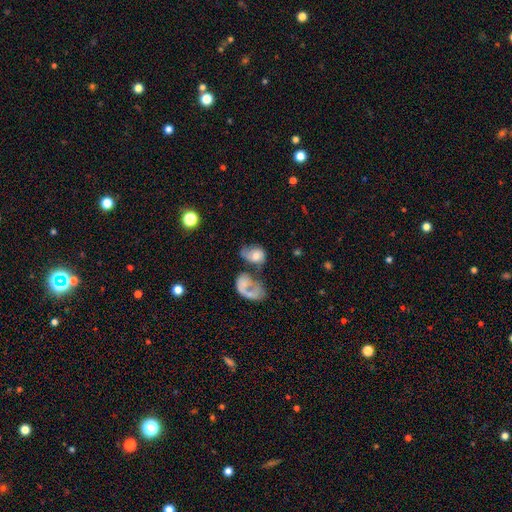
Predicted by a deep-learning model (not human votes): smooth-or-featured: smooth: 55% | featured or disk: 36% | star or artifact: 9%
  how-rounded: in between: 61% | round: 38% | cigar-shaped: 2%
  merging: merger: 39% | major disturbance: 27% | none: 20% | minor disturbance: 13%